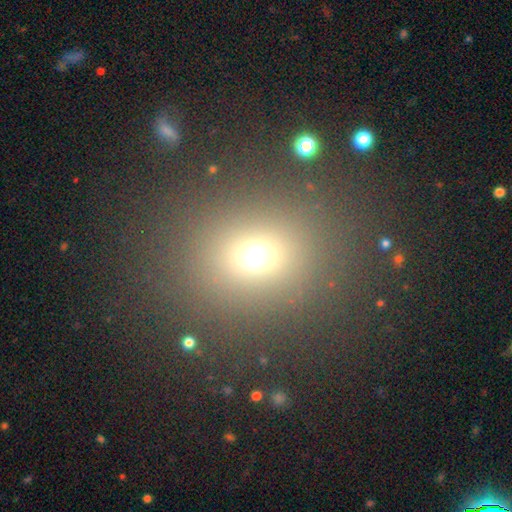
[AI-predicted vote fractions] Smooth or featured: smooth — 68% (star or artifact — 23%)
How rounded: round — 70% (in between — 28%)
Merging: none — 79% (minor disturbance — 9%)